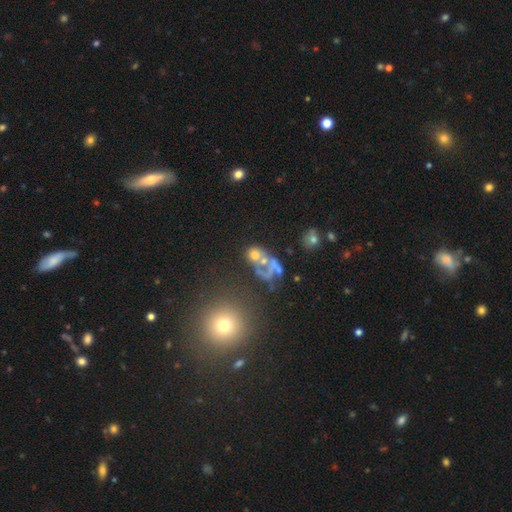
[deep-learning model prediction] smooth 40%, featured or disk 34%, star or artifact 26%. Down the decision tree: merging — merger (35%).